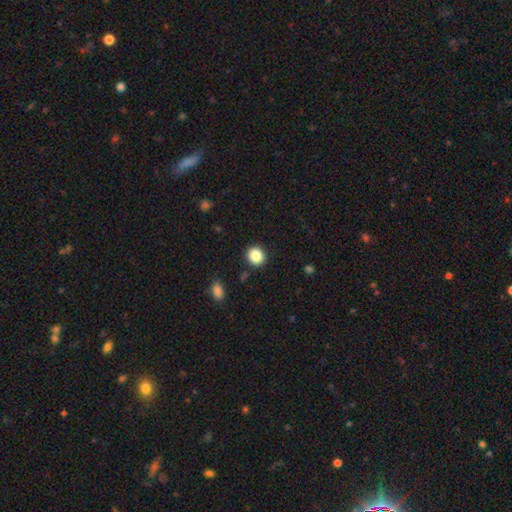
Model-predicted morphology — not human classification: Overall: smooth (86%). How rounded: round (82%). Merging: none (90%).